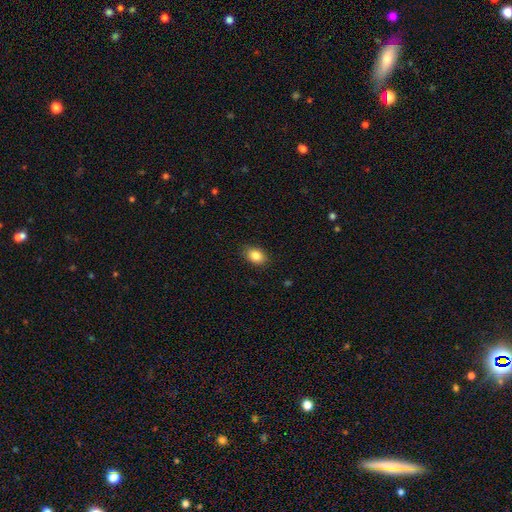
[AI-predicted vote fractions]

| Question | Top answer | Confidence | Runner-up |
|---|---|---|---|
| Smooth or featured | smooth | 86% | star or artifact (8%) |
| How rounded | in between | 74% | round (25%) |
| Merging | none | 85% | minor disturbance (12%) |